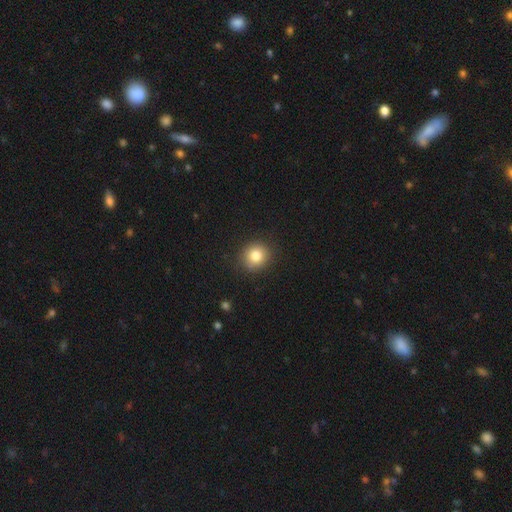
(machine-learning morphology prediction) This appears to be a smooth galaxy with no disk features (82%) that is round (85%). Merging: none (88%).